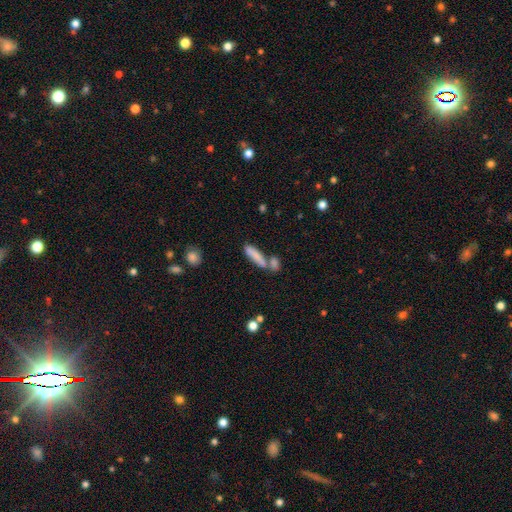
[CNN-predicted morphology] A smooth galaxy with no disk features (78%) that is cigar-shaped (71%). Merging: none (45%).